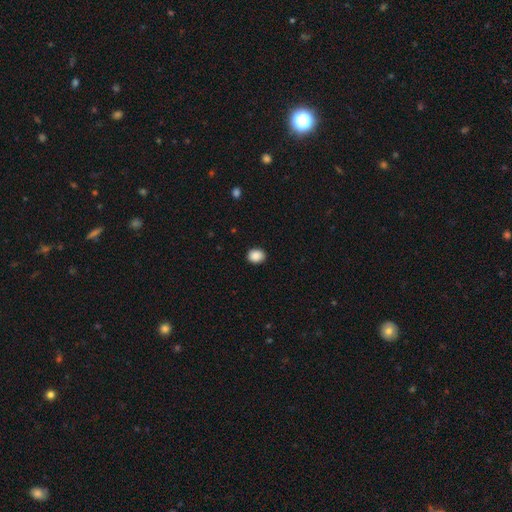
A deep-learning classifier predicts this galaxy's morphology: Overall: smooth (89%). How rounded: round (59%; in between 40%). Merging: none (90%).